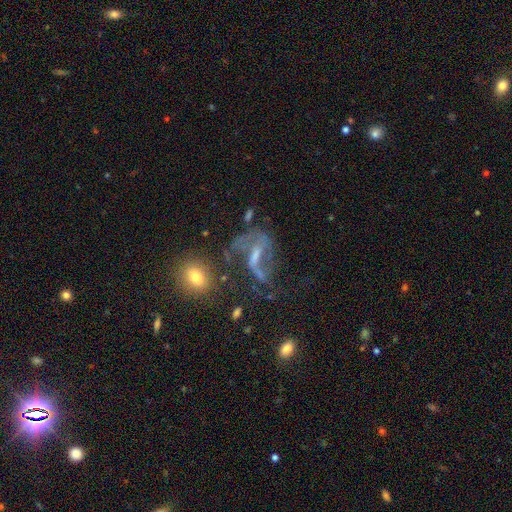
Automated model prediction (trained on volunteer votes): Morphology: type=featured or disk (68%); edge-on=no (95%); bar=weak (40%); spiral arms=yes (67%); bulge=small (38%); merging=major disturbance (41%).